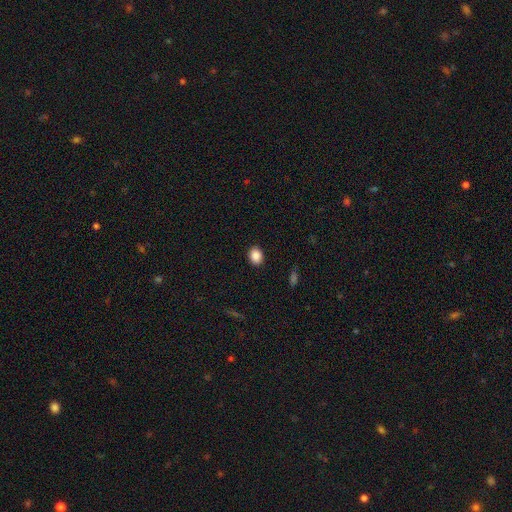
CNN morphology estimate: A smooth galaxy with no disk features (88%) that is in between round and cigar-shaped (56%). Merging: none (90%).